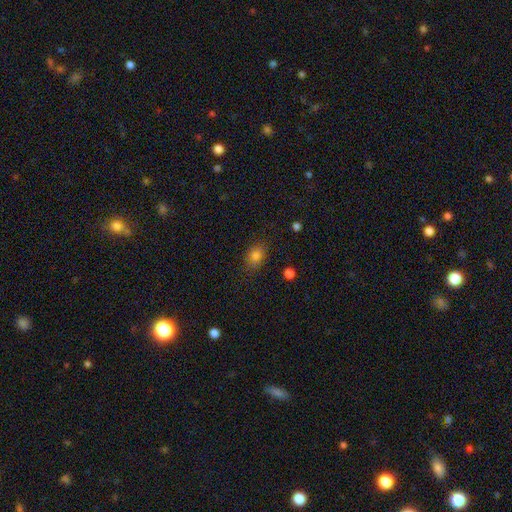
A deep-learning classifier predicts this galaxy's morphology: Smooth or featured? smooth (82%)
How rounded? in between (65%)
Merging? none (80%)